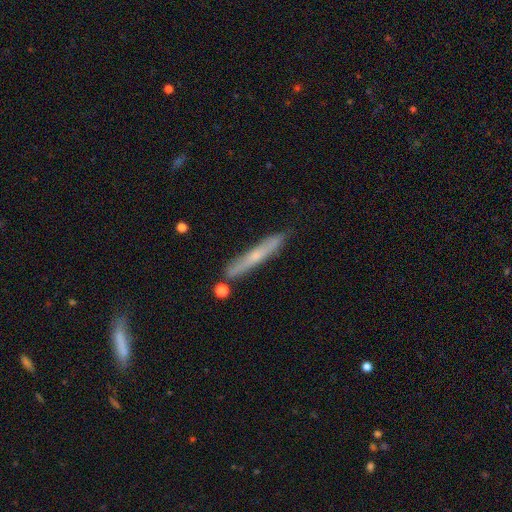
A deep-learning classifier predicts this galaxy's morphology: Smooth or featured? smooth (49%)
Merging? none (81%)